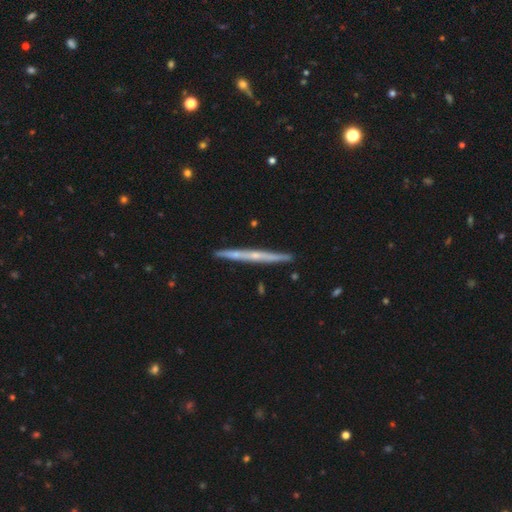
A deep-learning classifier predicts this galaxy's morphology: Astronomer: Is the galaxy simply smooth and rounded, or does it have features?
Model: featured or disk — 69%.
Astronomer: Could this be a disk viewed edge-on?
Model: yes — 97%.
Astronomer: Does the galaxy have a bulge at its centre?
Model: none — 53% (runner-up: rounded, 42%).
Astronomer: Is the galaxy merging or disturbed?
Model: none — 90%.